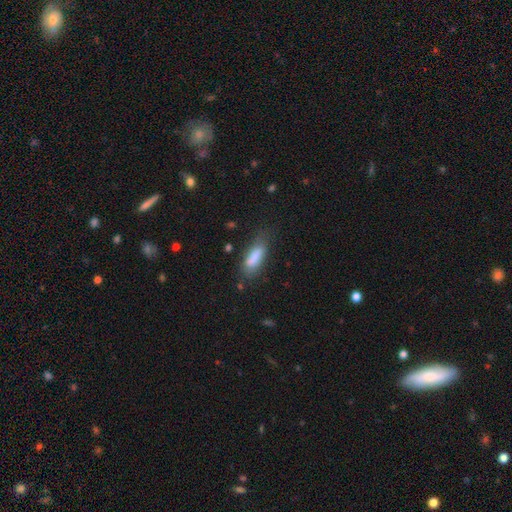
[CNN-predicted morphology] smooth_or_featured: smooth (p=0.81) [alt: featured or disk p=0.10]
how_rounded: in between (p=0.56) [alt: cigar-shaped p=0.42]
merging: none (p=0.67) [alt: minor disturbance p=0.23]